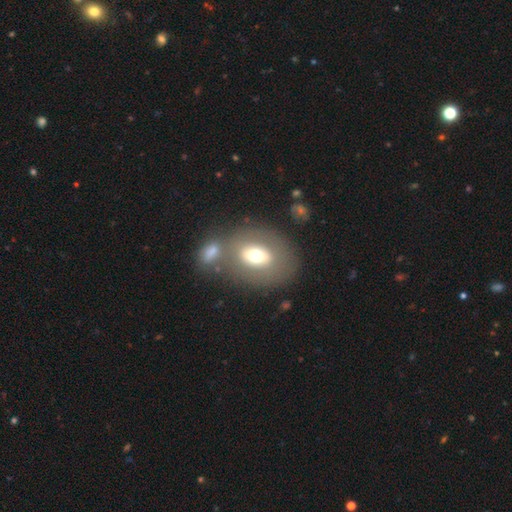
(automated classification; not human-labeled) smooth-or-featured: smooth: 57% | featured or disk: 35% | star or artifact: 9%
  how-rounded: in between: 68% | round: 31% | cigar-shaped: 1%
  merging: none: 54% | merger: 27% | minor disturbance: 12% | major disturbance: 7%